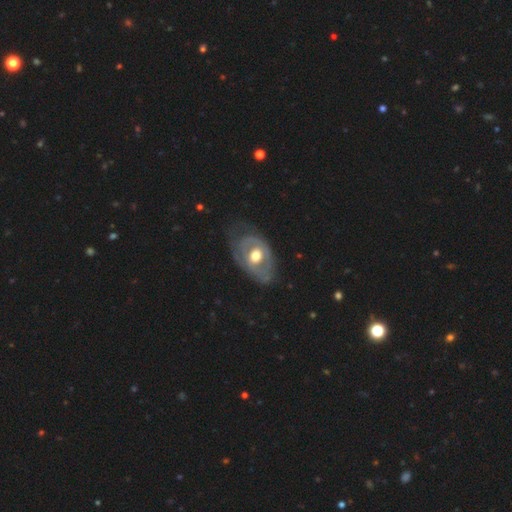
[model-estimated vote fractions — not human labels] smooth_or_featured: featured or disk (p=0.69) [alt: smooth p=0.26]
disk_edge_on: no (p=0.93) [alt: yes p=0.07]
bar: no (p=0.79) [alt: weak p=0.17]
has_spiral_arms: no (p=0.54) [alt: yes p=0.46]
bulge_size: moderate (p=0.63) [alt: large p=0.30]
merging: none (p=0.58) [alt: minor disturbance p=0.26]